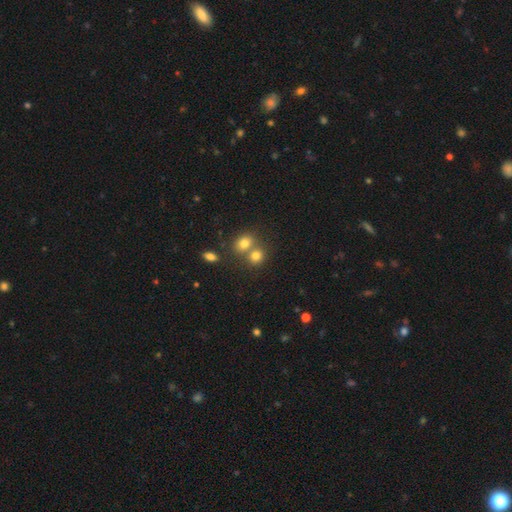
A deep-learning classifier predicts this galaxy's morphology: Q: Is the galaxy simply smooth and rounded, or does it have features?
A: smooth — 77%.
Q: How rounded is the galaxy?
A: round — 68%.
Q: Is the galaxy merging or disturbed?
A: merger — 47%.